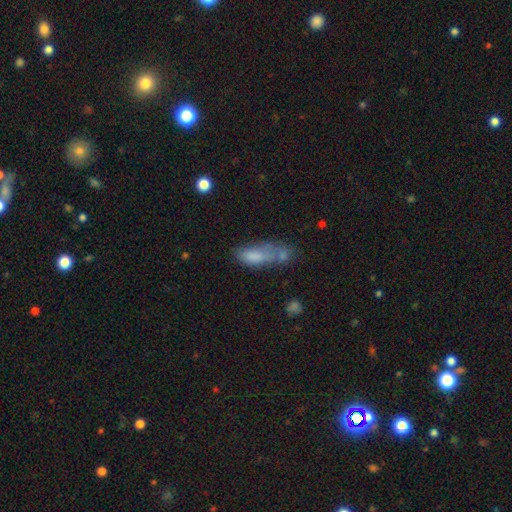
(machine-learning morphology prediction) smooth_or_featured: smooth (p=0.73) [alt: featured or disk p=0.17]
how_rounded: in between (p=0.63) [alt: cigar-shaped p=0.34]
merging: none (p=0.28) [alt: merger p=0.27]